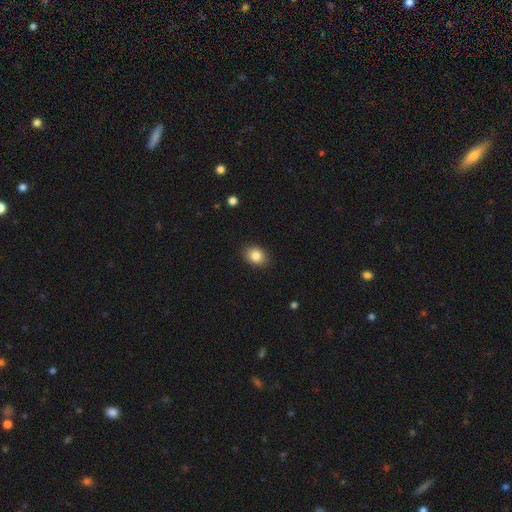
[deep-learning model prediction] Morphology: type=smooth (85%); roundness=in between (62%); merging=none (88%).